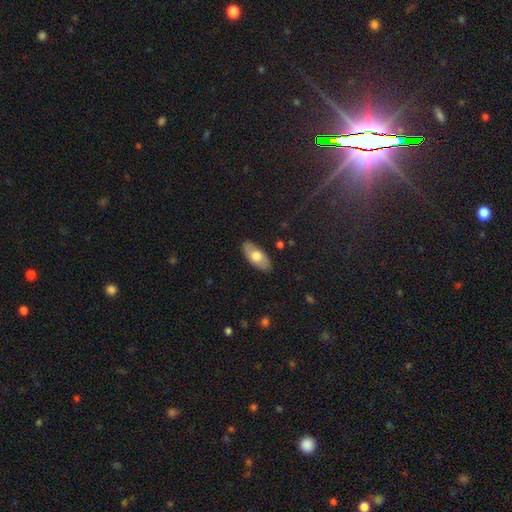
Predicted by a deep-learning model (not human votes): This is likely a smooth galaxy (66%). How rounded: clearly in between (89%). Merging: clearly none (86%).